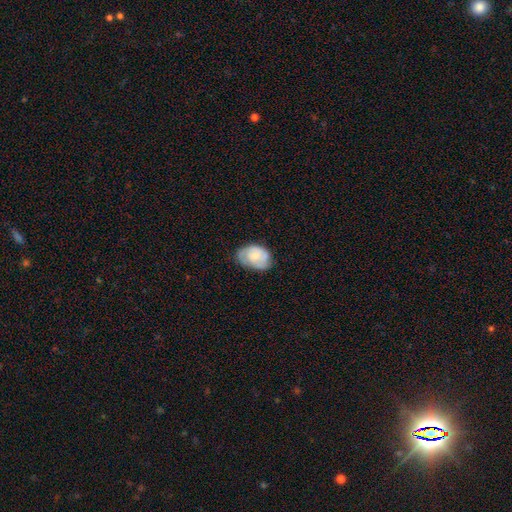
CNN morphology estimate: Smooth or featured? Predicted: featured or disk (p=0.47). Merging? Predicted: none (p=0.62).